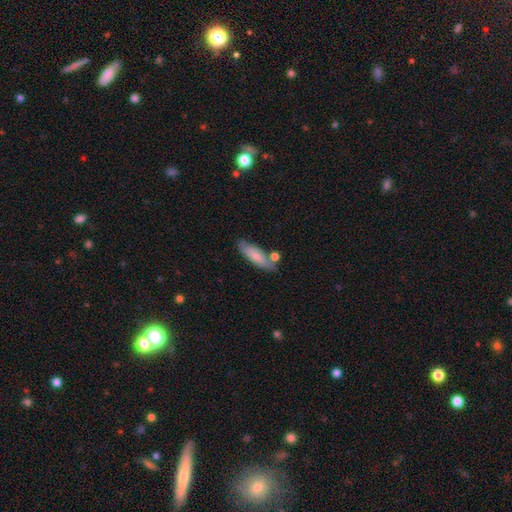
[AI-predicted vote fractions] Smooth or featured? Predicted: smooth (p=0.72). How rounded? Predicted: cigar-shaped (p=0.51). Merging? Predicted: none (p=0.65).